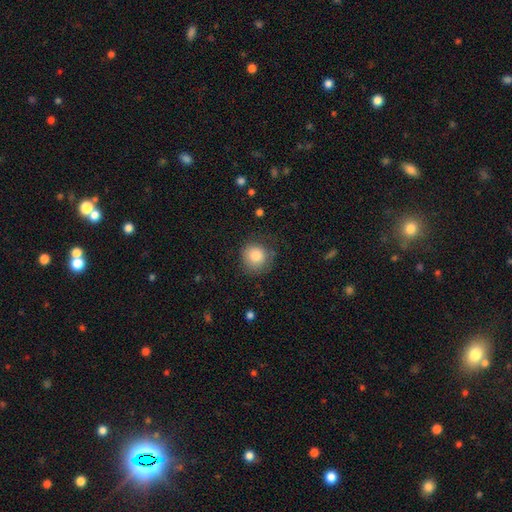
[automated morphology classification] This appears to be a smooth galaxy with no disk features (83%) that is round (91%). Merging: none (75%).